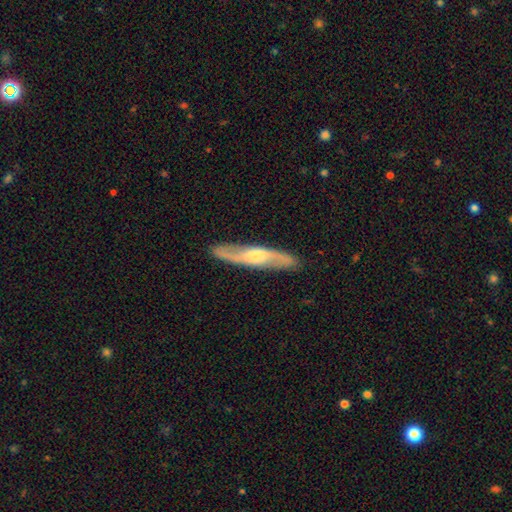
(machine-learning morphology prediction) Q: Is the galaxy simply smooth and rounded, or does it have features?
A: featured or disk — 76%.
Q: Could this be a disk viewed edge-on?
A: no — 57%.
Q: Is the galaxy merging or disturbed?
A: none — 88%.